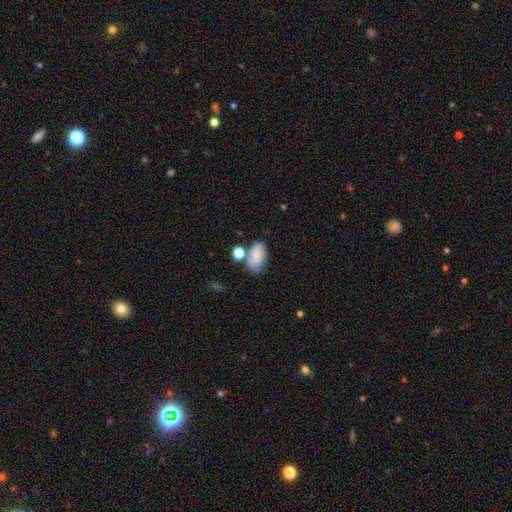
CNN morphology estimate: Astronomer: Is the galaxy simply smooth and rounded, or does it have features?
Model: smooth — 76%.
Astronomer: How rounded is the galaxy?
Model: in between — 88%.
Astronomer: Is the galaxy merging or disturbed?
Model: none — 48%.